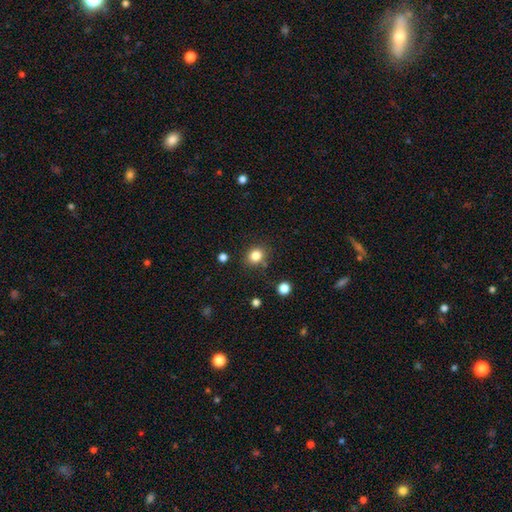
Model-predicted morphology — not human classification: Smooth or featured? Predicted: smooth (p=0.83). How rounded? Predicted: round (p=0.70). Merging? Predicted: none (p=0.83).